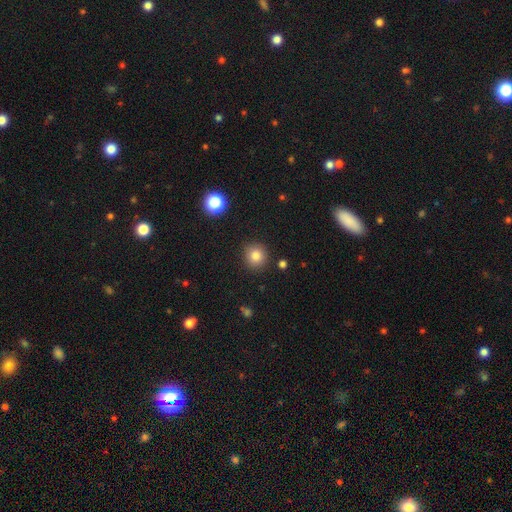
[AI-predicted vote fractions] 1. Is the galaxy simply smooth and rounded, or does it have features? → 82% smooth, 12% star or artifact, 7% featured or disk.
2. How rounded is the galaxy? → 91% round, 8% in between, 1% cigar-shaped.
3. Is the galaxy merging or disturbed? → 88% none, 7% minor disturbance, 2% major disturbance, 2% merger.